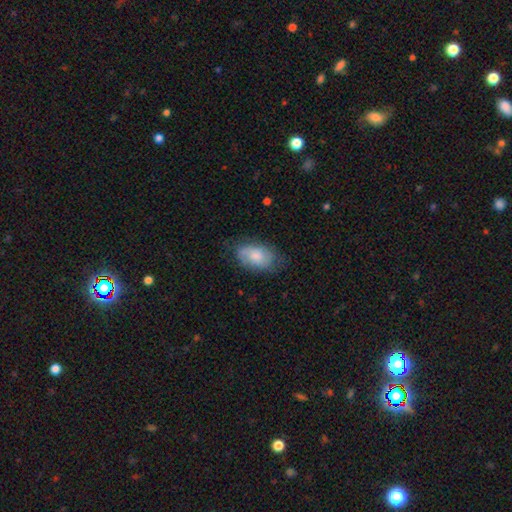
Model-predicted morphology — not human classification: Smooth or featured?
  - smooth: 61% *
  - featured or disk: 32%
  - star or artifact: 7%
How rounded?
  - in between: 92% *
  - round: 7%
  - cigar-shaped: 2%
Merging?
  - none: 67% *
  - minor disturbance: 24%
  - major disturbance: 8%
  - merger: 1%